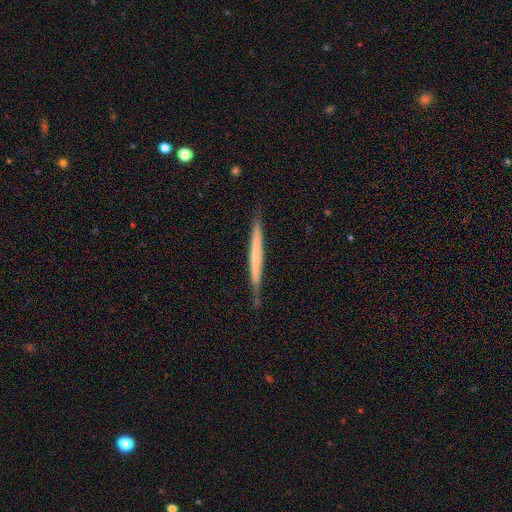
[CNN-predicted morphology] A featured or disk galaxy (50%). Merging: none (84%).